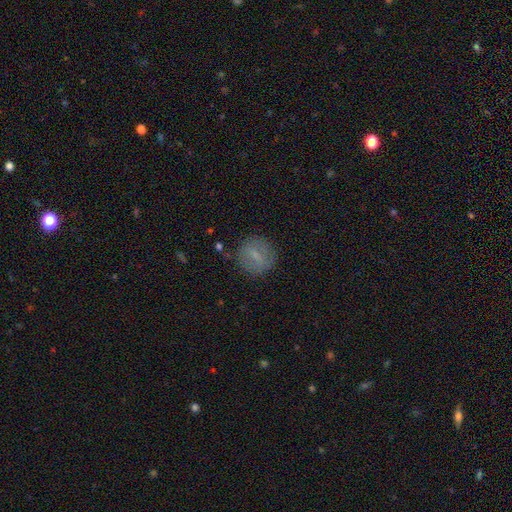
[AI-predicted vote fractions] Overall: smooth (60%; featured or disk 31%). How rounded: round (81%). Merging: none (82%).